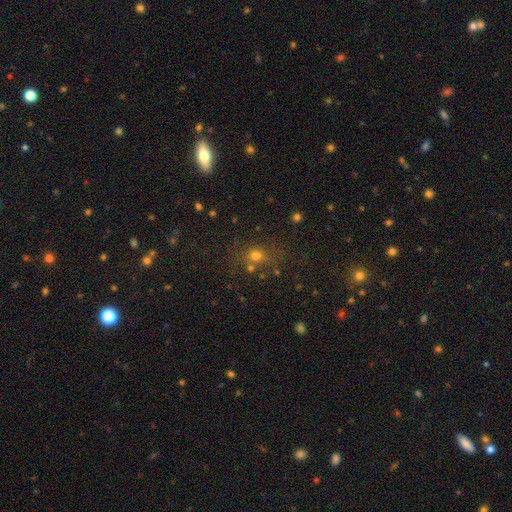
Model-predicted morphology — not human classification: smooth-or-featured: smooth: 62% | star or artifact: 28% | featured or disk: 11%
  how-rounded: round: 70% | in between: 28% | cigar-shaped: 2%
  merging: none: 66% | merger: 14% | minor disturbance: 13% | major disturbance: 7%